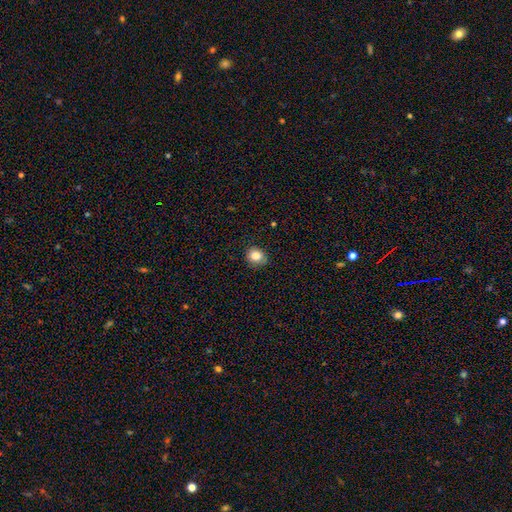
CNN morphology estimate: A smooth galaxy with no disk features (83%) that is round (73%).

Vote fractions:
- Smooth or featured? smooth: 83% / star or artifact: 10% / featured or disk: 6%
- How rounded? round: 73% / in between: 26% / cigar-shaped: 1%
- Merging? none: 83% / minor disturbance: 13% / major disturbance: 3% / merger: 1%